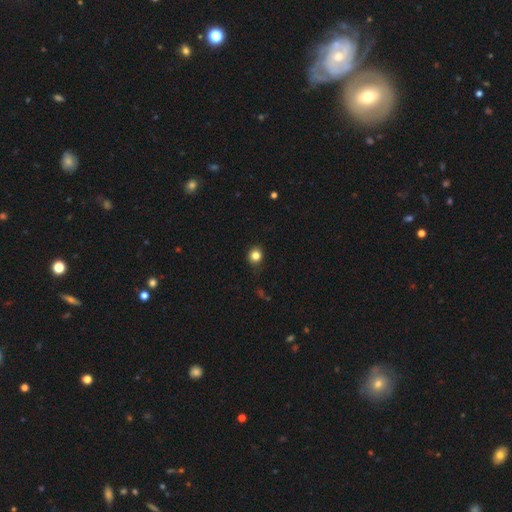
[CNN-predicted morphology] This is clearly a smooth galaxy (83%). How rounded: clearly round (81%). Merging: clearly none (85%).